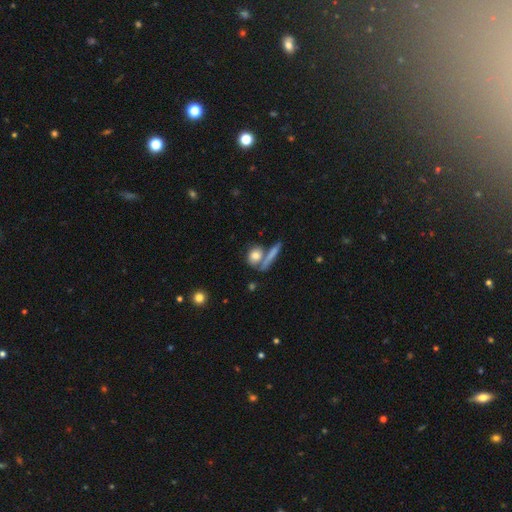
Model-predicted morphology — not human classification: Smooth or featured? Predicted: smooth (p=0.73). How rounded? Predicted: round (p=0.48). Merging? Predicted: none (p=0.53).